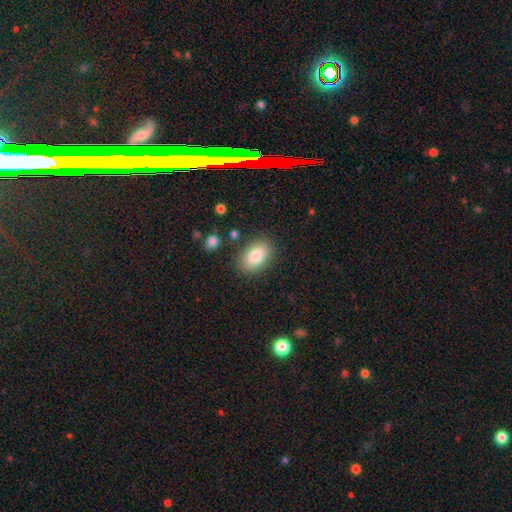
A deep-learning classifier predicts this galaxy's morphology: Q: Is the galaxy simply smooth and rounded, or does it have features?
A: smooth — 84%.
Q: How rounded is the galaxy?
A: in between — 91%.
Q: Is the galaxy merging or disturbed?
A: none — 85%.